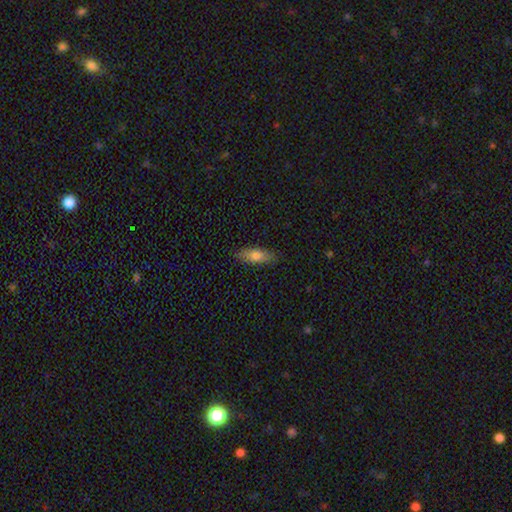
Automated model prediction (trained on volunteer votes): A smooth galaxy with no disk features (77%) that is in between round and cigar-shaped (68%). Merging: none (84%).